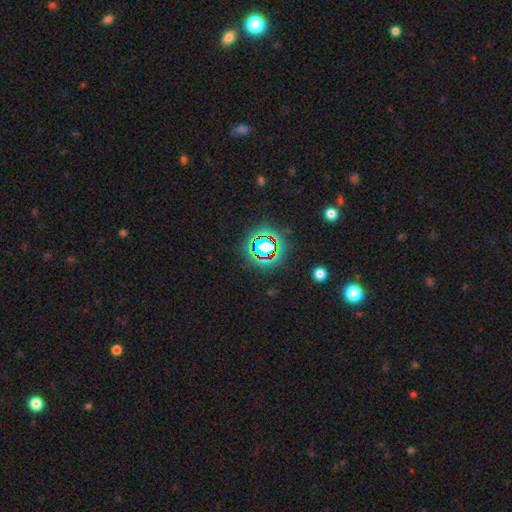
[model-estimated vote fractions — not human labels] smooth-or-featured: star or artifact: 77% | smooth: 14% | featured or disk: 9%